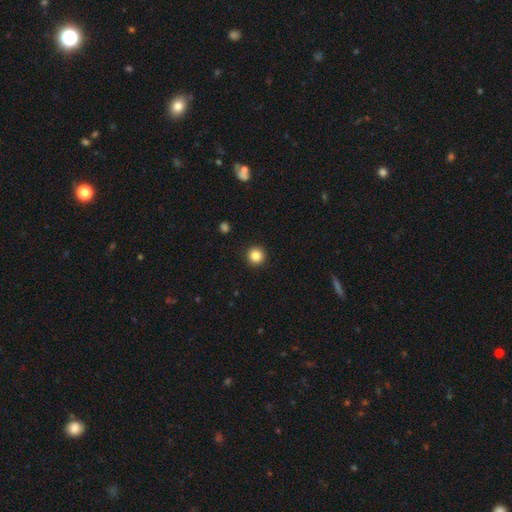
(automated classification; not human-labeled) Smooth or featured?
  - smooth: 85% *
  - star or artifact: 11%
  - featured or disk: 4%
How rounded?
  - round: 96% *
  - in between: 3%
  - cigar-shaped: 1%
Merging?
  - none: 93% *
  - minor disturbance: 4%
  - major disturbance: 2%
  - merger: 1%